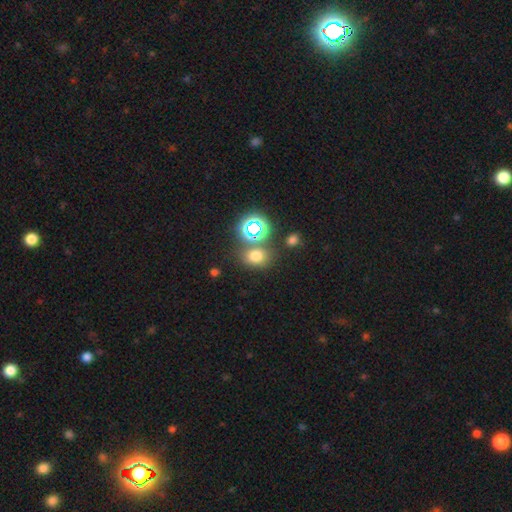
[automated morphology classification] Overall: smooth (66%). How rounded: round (55%; in between 44%). Merging: none (69%).